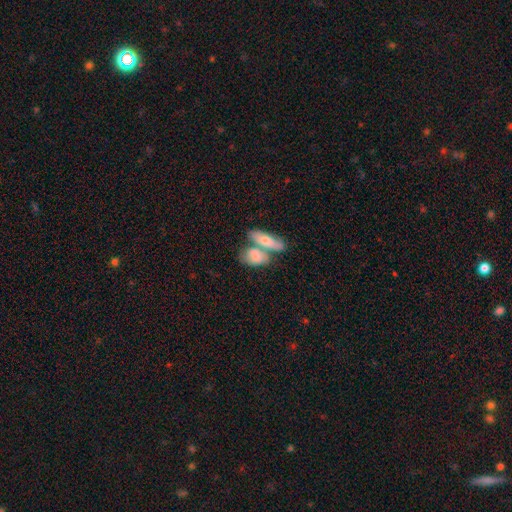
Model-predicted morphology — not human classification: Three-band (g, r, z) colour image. It shows a smooth galaxy with no disk features (74%) that is in between round and cigar-shaped (81%). Merging: merger (56%).